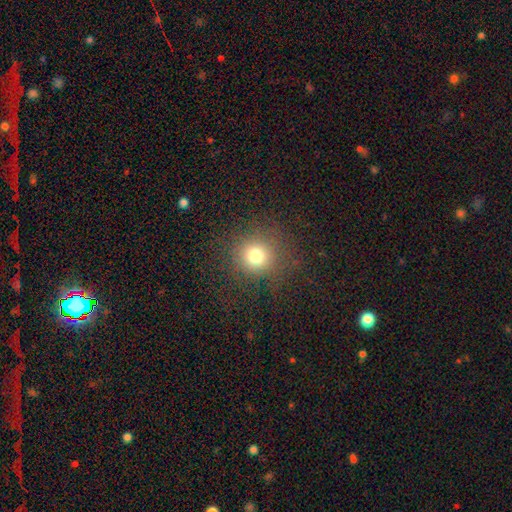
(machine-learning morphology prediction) The model was most divided on "smooth or featured": smooth: 75%, star or artifact: 17%, featured or disk: 7%. More confident: how rounded — round (93%); merging — none (84%).